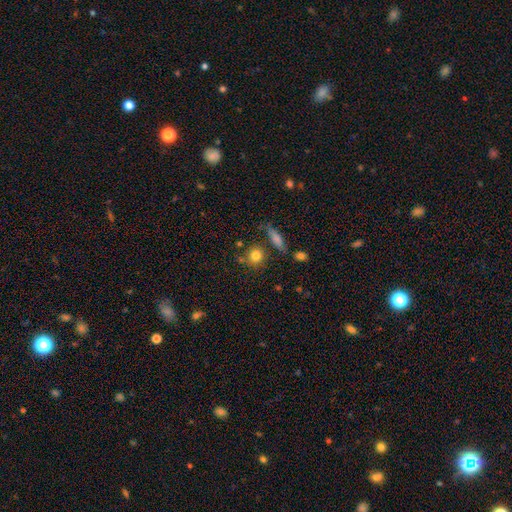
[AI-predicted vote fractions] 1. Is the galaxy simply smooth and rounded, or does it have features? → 80% smooth, 10% star or artifact, 9% featured or disk.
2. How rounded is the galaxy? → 81% round, 16% in between, 3% cigar-shaped.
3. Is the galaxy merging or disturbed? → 75% none, 12% minor disturbance, 10% merger, 4% major disturbance.